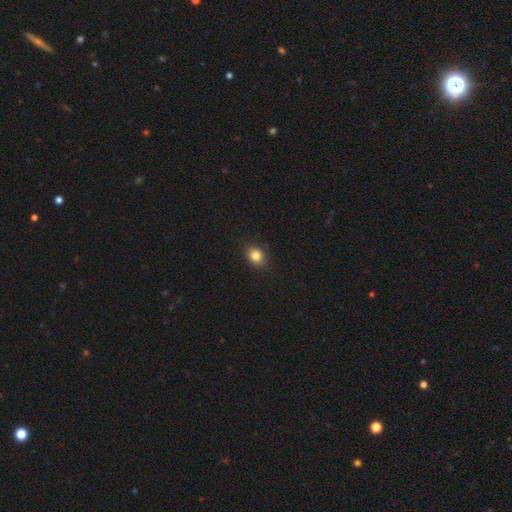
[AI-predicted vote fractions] A smooth galaxy with no disk features (83%) that is round (52%). Merging: none (87%).